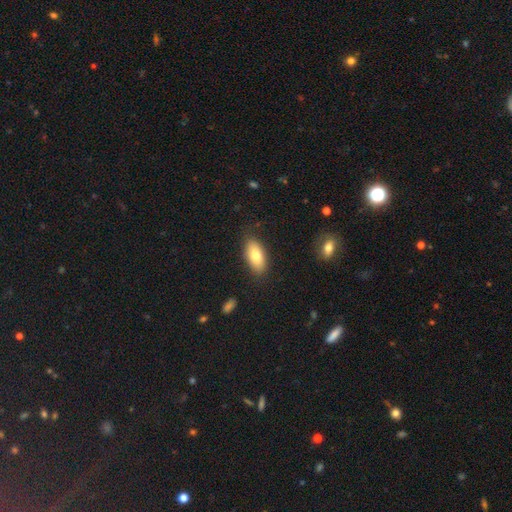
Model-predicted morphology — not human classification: Smooth or featured? smooth (76%)
How rounded? in between (89%)
Merging? none (83%)